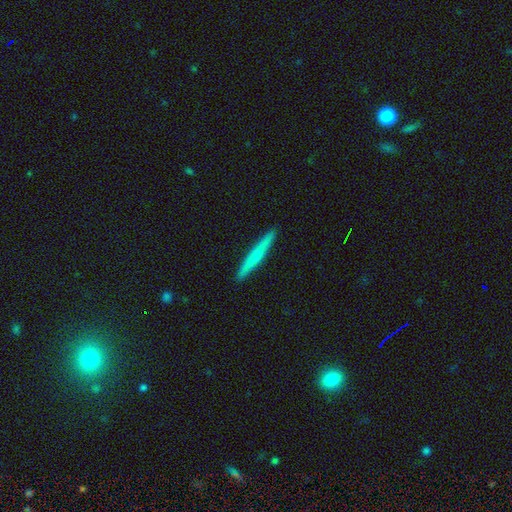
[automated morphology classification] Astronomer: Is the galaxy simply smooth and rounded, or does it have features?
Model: smooth — 51% (runner-up: featured or disk, 43%).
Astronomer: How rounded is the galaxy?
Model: cigar-shaped — 96%.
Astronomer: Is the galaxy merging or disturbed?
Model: none — 92%.